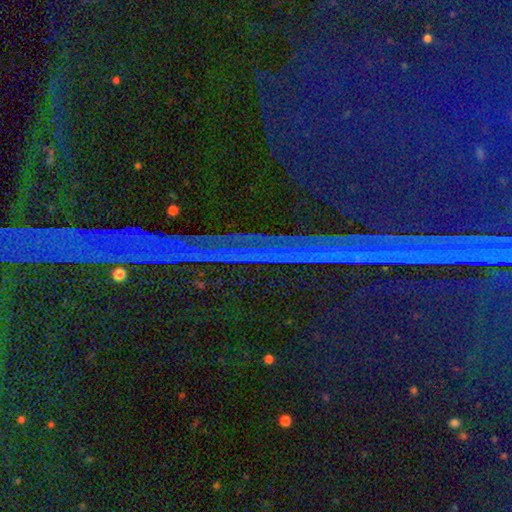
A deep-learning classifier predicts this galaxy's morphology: Smooth or featured? star or artifact (88%)